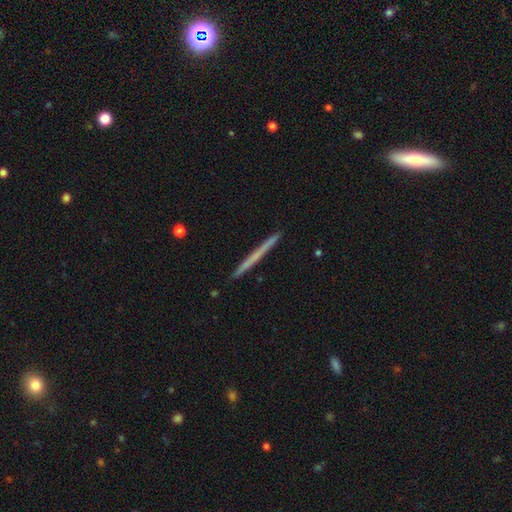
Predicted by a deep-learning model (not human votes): Smooth or featured? Predicted: featured or disk (p=0.48). Merging? Predicted: none (p=0.92).